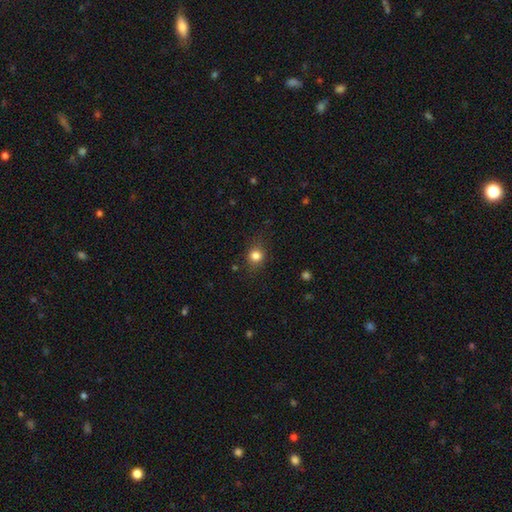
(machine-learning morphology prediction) smooth-or-featured: smooth: 81% | star or artifact: 12% | featured or disk: 7%
  how-rounded: round: 71% | in between: 28% | cigar-shaped: 1%
  merging: none: 79% | minor disturbance: 15% | major disturbance: 5% | merger: 1%